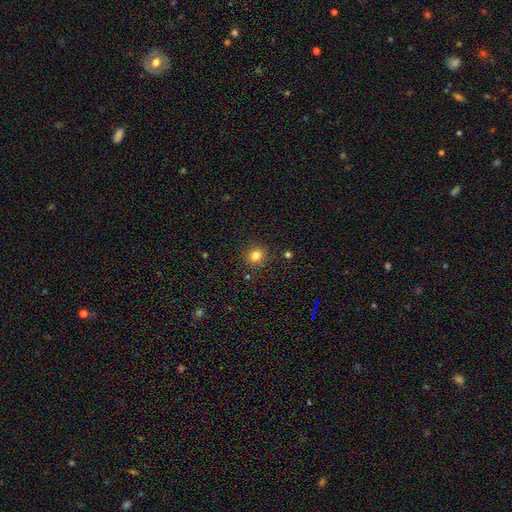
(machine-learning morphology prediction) Overall: smooth (81%). How rounded: round (81%). Merging: none (88%).